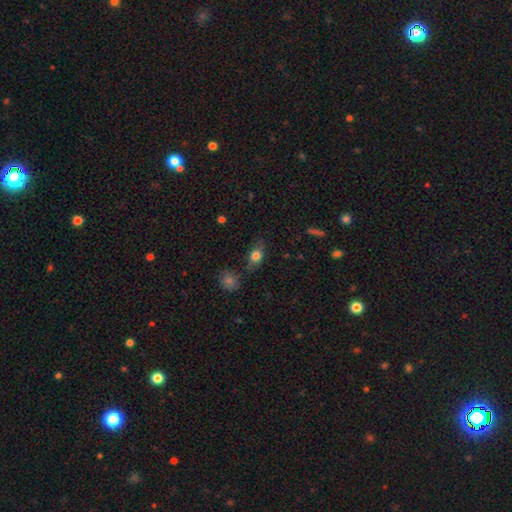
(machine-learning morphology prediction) A smooth galaxy with no disk features (77%) that is in between round and cigar-shaped (74%). Merging: none (72%).